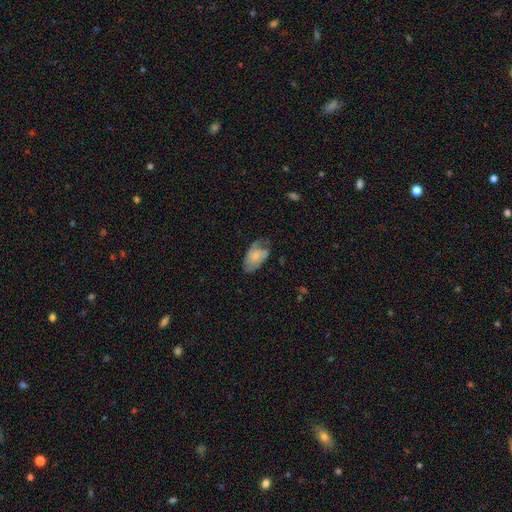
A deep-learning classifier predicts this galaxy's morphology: Smooth or featured?
  - smooth: 54% *
  - featured or disk: 39%
  - star or artifact: 7%
How rounded?
  - in between: 92% *
  - round: 5%
  - cigar-shaped: 2%
Merging?
  - none: 43% *
  - minor disturbance: 34%
  - major disturbance: 21%
  - merger: 2%